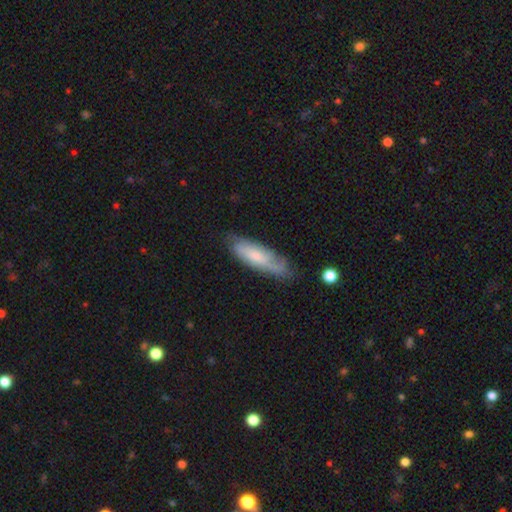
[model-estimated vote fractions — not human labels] smooth-or-featured: smooth: 50% | featured or disk: 44% | star or artifact: 6%
  merging: none: 68% | minor disturbance: 23% | major disturbance: 6% | merger: 2%